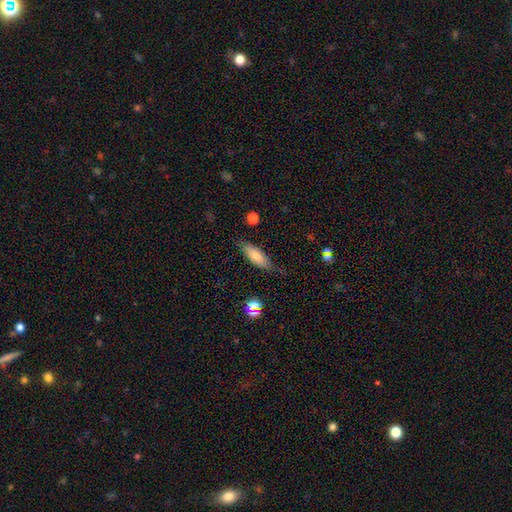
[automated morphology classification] smooth 78%, featured or disk 15%, star or artifact 7%. Down the decision tree: how rounded — in between (55%); merging — none (76%).